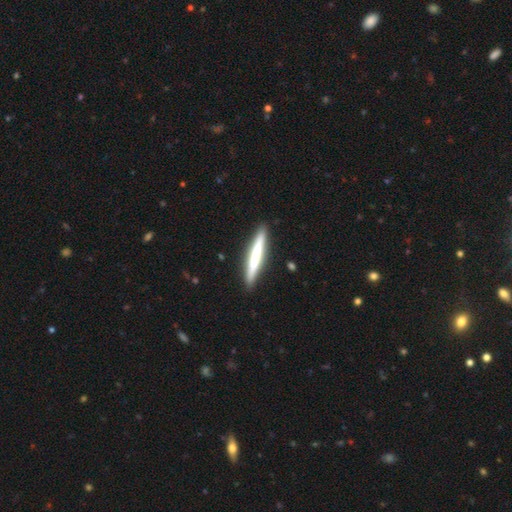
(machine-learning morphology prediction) smooth-or-featured: smooth: 53% | featured or disk: 42% | star or artifact: 5%
  how-rounded: cigar-shaped: 95% | in between: 4% | round: 1%
  merging: none: 91% | minor disturbance: 7% | major disturbance: 1% | merger: 1%